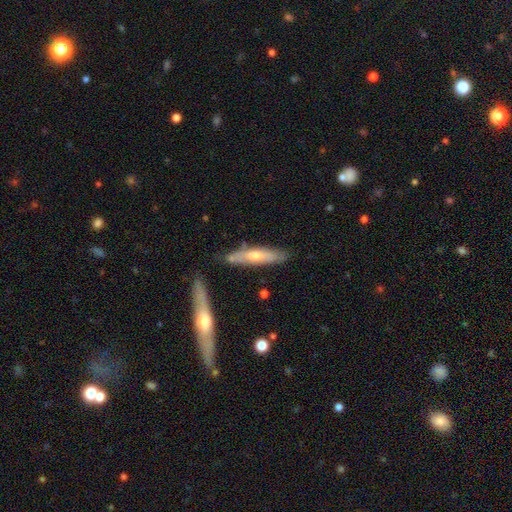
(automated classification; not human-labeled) Smooth or featured?
  - smooth: 48% *
  - featured or disk: 46%
  - star or artifact: 6%
Merging?
  - none: 75% *
  - minor disturbance: 15%
  - merger: 7%
  - major disturbance: 3%